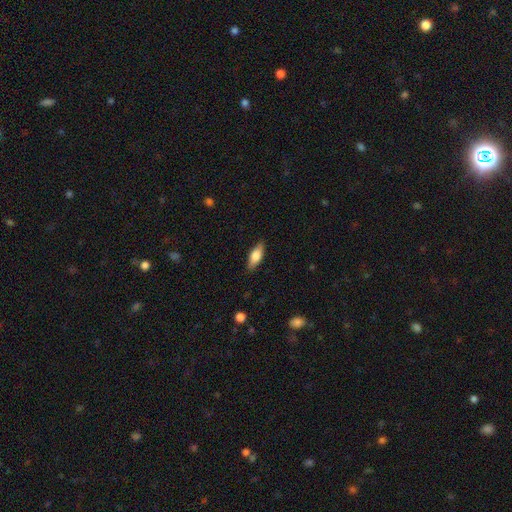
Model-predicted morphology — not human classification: Smooth or featured: smooth — 72% (featured or disk — 22%)
How rounded: in between — 74% (cigar-shaped — 23%)
Merging: none — 85% (minor disturbance — 11%)